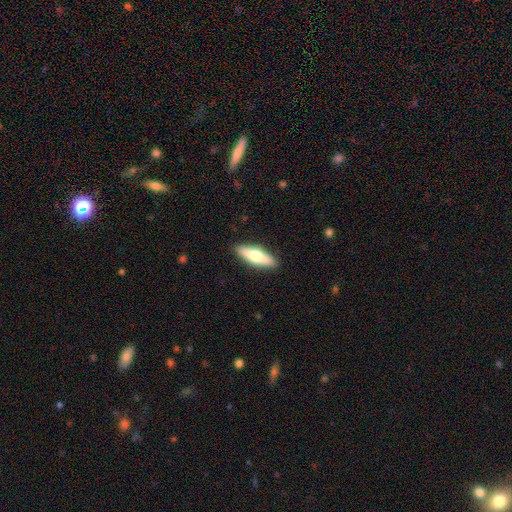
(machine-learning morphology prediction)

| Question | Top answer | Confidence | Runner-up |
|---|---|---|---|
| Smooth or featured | smooth | 62% | featured or disk (33%) |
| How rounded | cigar-shaped | 51% | in between (46%) |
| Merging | none | 89% | minor disturbance (8%) |